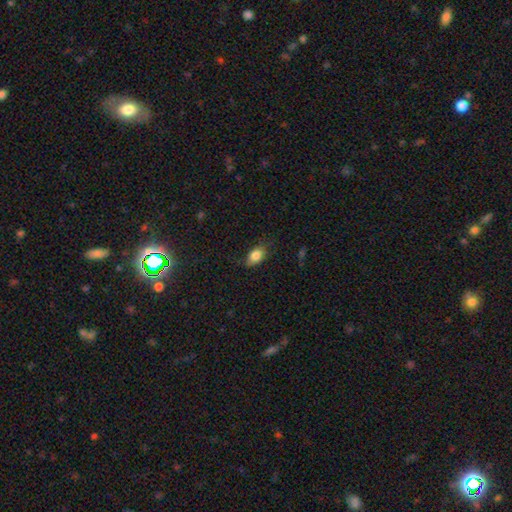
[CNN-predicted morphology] Overall: smooth (84%). How rounded: in between (82%). Merging: none (73%).